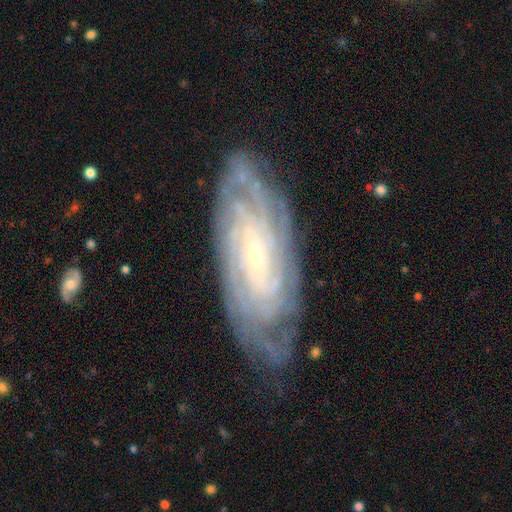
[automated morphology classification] smooth_or_featured: featured or disk (p=0.87) [alt: smooth p=0.07]
disk_edge_on: no (p=0.93) [alt: yes p=0.07]
bar: no (p=0.50) [alt: weak p=0.35]
has_spiral_arms: yes (p=0.97) [alt: no p=0.03]
spiral_winding: tight (p=0.80) [alt: medium p=0.17]
spiral_arm_count: can't tell (p=0.32) [alt: 4 p=0.24]
bulge_size: small (p=0.84) [alt: moderate p=0.12]
merging: none (p=0.78) [alt: minor disturbance p=0.16]